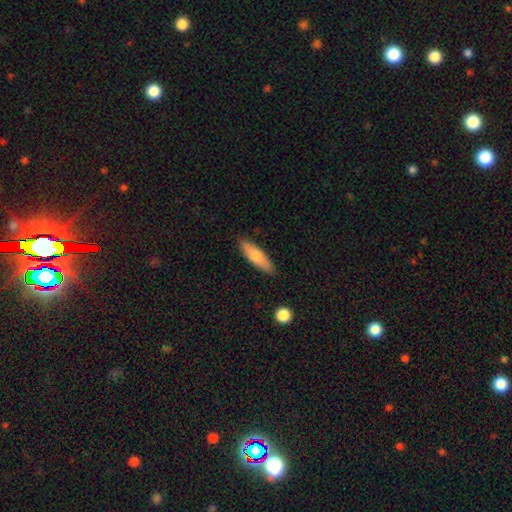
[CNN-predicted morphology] The model was most divided on "how rounded": cigar-shaped: 53%, in between: 45%, round: 2%. More confident: merging — none (86%); smooth or featured — smooth (71%).